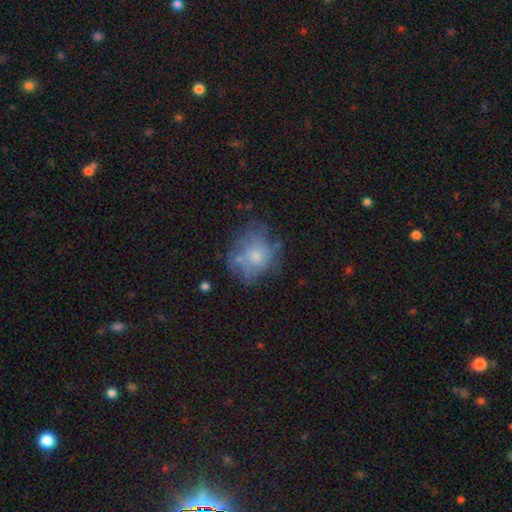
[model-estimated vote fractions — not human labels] Q: Smooth or featured?
A: smooth (47%); runner-up: featured or disk (42%)
Q: Merging?
A: none (54%); runner-up: minor disturbance (26%)